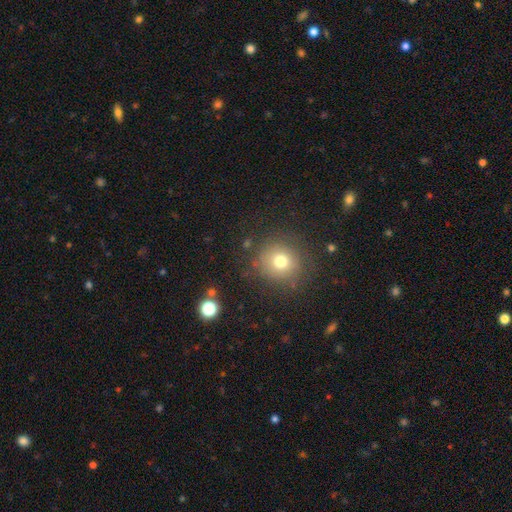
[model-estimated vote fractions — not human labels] A smooth galaxy with no disk features (58%) that is round (90%).

Vote fractions:
- Smooth or featured? smooth: 58% / star or artifact: 32% / featured or disk: 10%
- How rounded? round: 90% / in between: 9% / cigar-shaped: 1%
- Merging? none: 88% / minor disturbance: 7% / major disturbance: 3% / merger: 2%